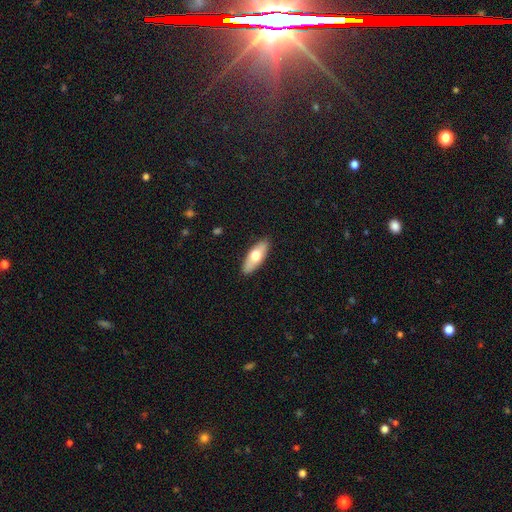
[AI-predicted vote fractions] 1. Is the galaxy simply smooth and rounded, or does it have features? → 64% smooth, 31% featured or disk, 5% star or artifact.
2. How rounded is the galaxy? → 71% in between, 26% cigar-shaped, 2% round.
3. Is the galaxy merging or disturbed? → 88% none, 9% minor disturbance, 2% major disturbance, 1% merger.